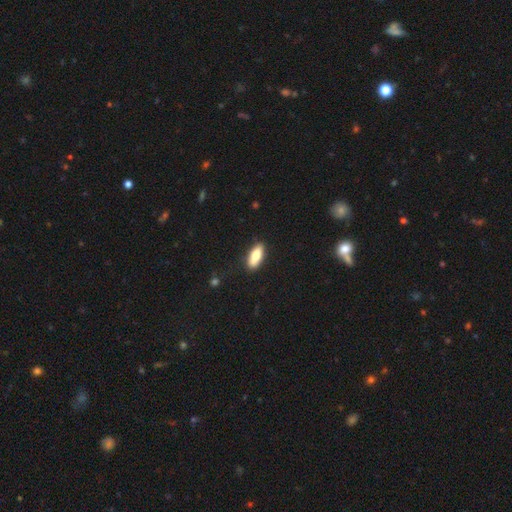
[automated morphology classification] The model was most divided on "how rounded": in between: 75%, cigar-shaped: 22%, round: 2%. More confident: merging — none (87%); smooth or featured — smooth (75%).